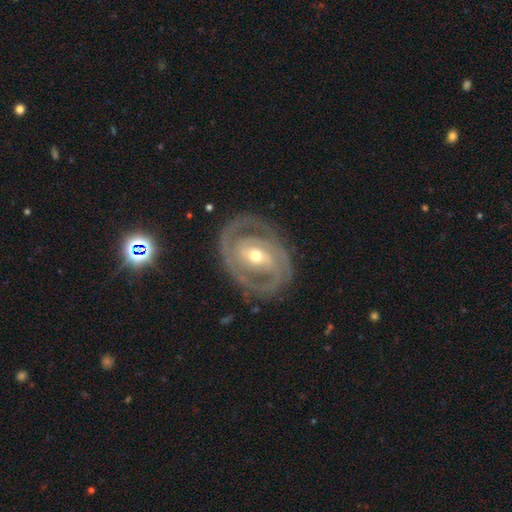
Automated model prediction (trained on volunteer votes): Overall: featured or disk (89%). Edge-on disk: no (97%). Bar: weak (38%; no 32%). Spiral arms: yes (94%). Spiral arm count: 2 (75%). Spiral winding: tight (63%; medium 31%). Bulge size: moderate (57%; small 39%). Merging: none (80%).